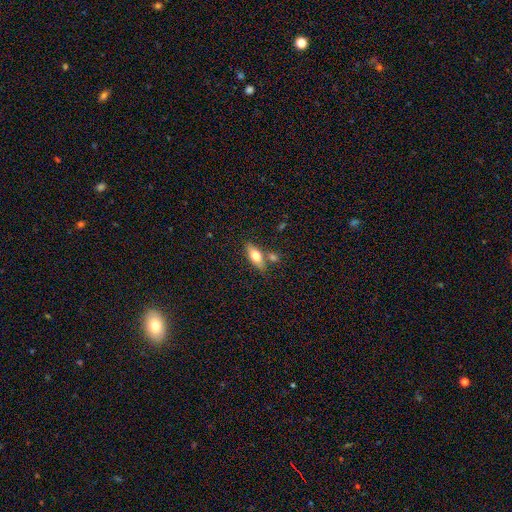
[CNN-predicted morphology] smooth 66%, featured or disk 27%, star or artifact 7%. Down the decision tree: how rounded — in between (72%); merging — none (69%).